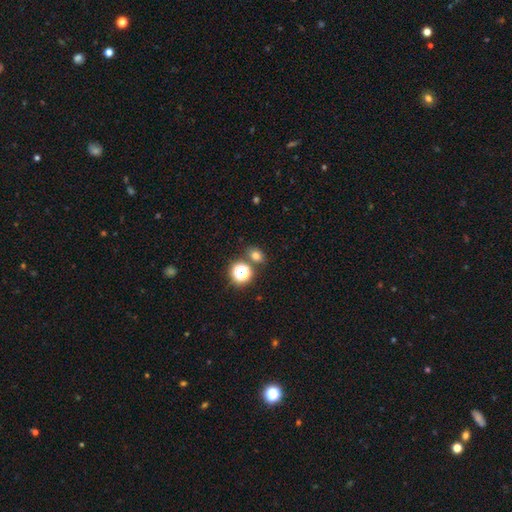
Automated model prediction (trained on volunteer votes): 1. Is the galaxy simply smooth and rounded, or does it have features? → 69% smooth, 24% star or artifact, 8% featured or disk.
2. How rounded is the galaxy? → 50% in between, 49% round, 1% cigar-shaped.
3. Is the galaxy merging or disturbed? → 76% none, 11% merger, 10% minor disturbance, 3% major disturbance.